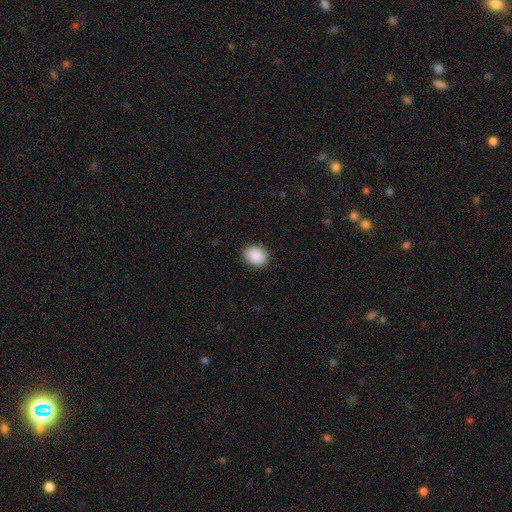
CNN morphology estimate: This appears to be a smooth galaxy with no disk features (90%) that is in between round and cigar-shaped (55%). Merging: none (88%).